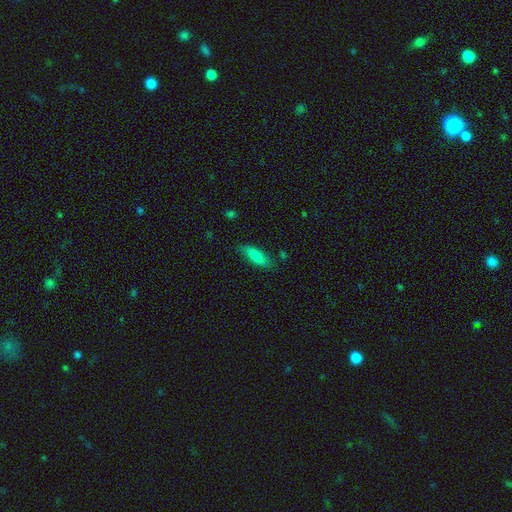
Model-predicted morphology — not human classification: Smooth or featured? Predicted: smooth (p=0.81). How rounded? Predicted: in between (p=0.55). Merging? Predicted: none (p=0.79).